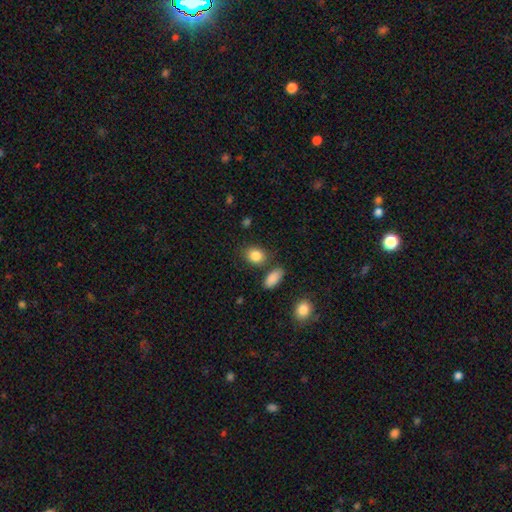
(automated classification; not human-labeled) smooth-or-featured: smooth: 86% | star or artifact: 8% | featured or disk: 6%
  how-rounded: in between: 57% | round: 41% | cigar-shaped: 2%
  merging: none: 75% | minor disturbance: 13% | merger: 9% | major disturbance: 4%